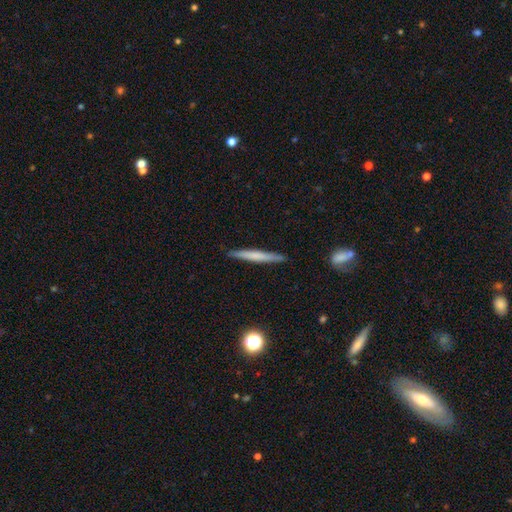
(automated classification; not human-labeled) smooth_or_featured: smooth (p=0.56) [alt: featured or disk p=0.38]
how_rounded: cigar-shaped (p=0.96) [alt: in between p=0.03]
merging: none (p=0.89) [alt: minor disturbance p=0.08]